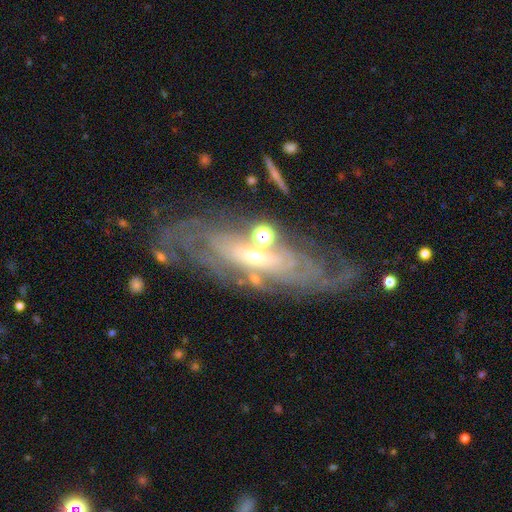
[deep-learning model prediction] The model was most divided on "bulge size": small: 58%, moderate: 34%, large: 4%, none: 2%, dominant: 2%. More confident: spiral arms — yes (85%); smooth or featured — featured or disk (81%); edge-on disk — no (80%); spiral winding — tight (70%); bar — no (69%); merging — none (61%); spiral arm count — can't tell (54%).